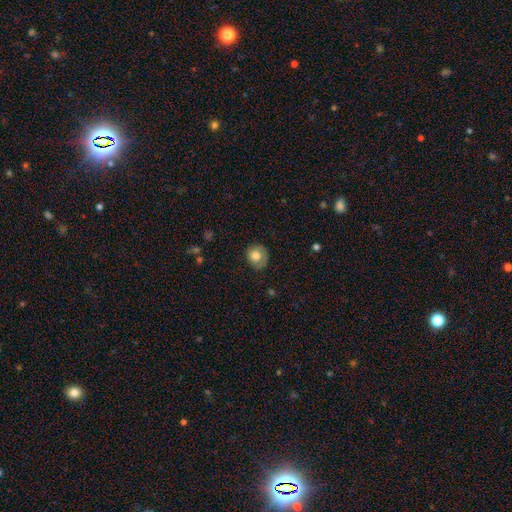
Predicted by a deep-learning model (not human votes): This is likely a smooth galaxy (76%). How rounded: likely round (71%). Merging: likely none (72%).